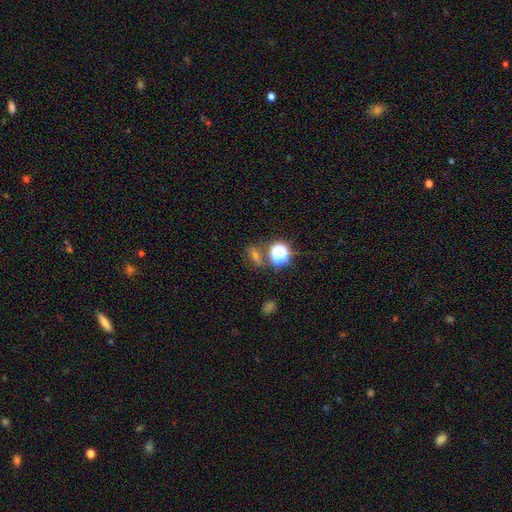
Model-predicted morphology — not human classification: The model was most divided on "smooth or featured": star or artifact: 44%, smooth: 42%, featured or disk: 14%.